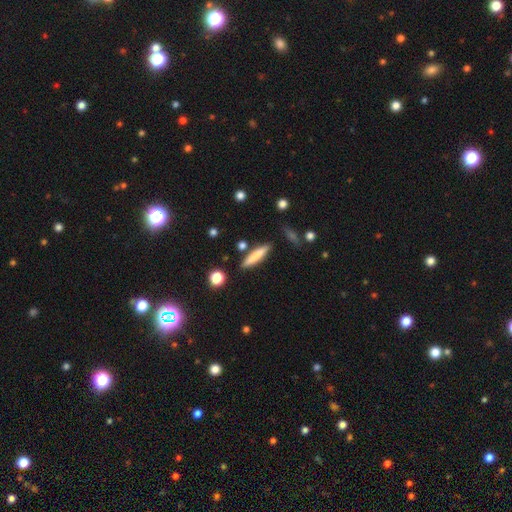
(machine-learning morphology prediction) The model was most divided on "smooth or featured": smooth: 76%, featured or disk: 17%, star or artifact: 7%. More confident: how rounded — cigar-shaped (89%); merging — none (84%).